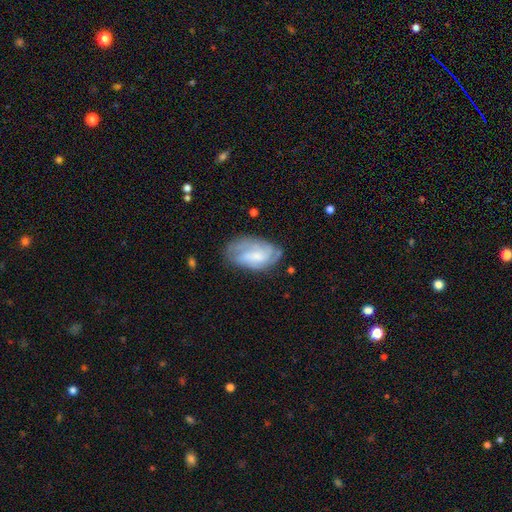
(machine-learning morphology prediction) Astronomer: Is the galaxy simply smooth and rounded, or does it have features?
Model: featured or disk — 61%.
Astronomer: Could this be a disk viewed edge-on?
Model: no — 95%.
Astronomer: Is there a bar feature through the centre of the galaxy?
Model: no — 52% (runner-up: weak, 39%).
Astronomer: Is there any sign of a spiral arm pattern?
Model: yes — 86%.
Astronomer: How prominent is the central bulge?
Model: small — 44% (runner-up: moderate, 30%).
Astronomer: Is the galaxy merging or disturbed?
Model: none — 66%.